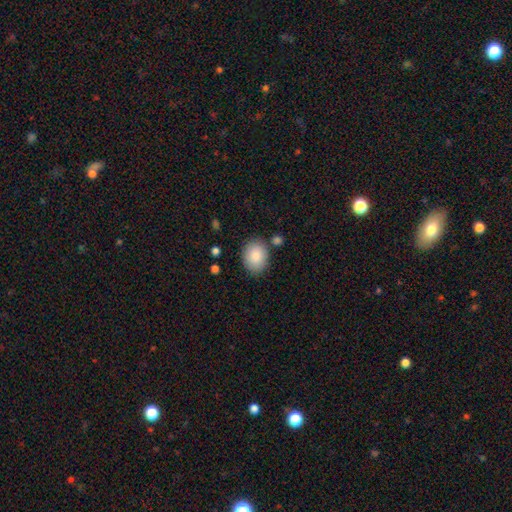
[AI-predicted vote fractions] Q: Smooth or featured?
A: smooth (88%); runner-up: star or artifact (7%)
Q: How rounded?
A: in between (57%); runner-up: round (42%)
Q: Merging?
A: none (80%); runner-up: minor disturbance (12%)